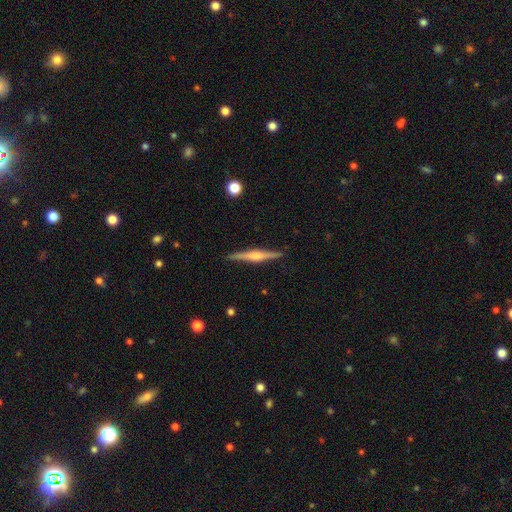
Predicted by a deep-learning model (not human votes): The model was most divided on "smooth or featured": featured or disk: 74%, smooth: 20%, star or artifact: 5%. More confident: edge-on disk — yes (98%); merging — none (90%); edge-on bulge — rounded (73%).